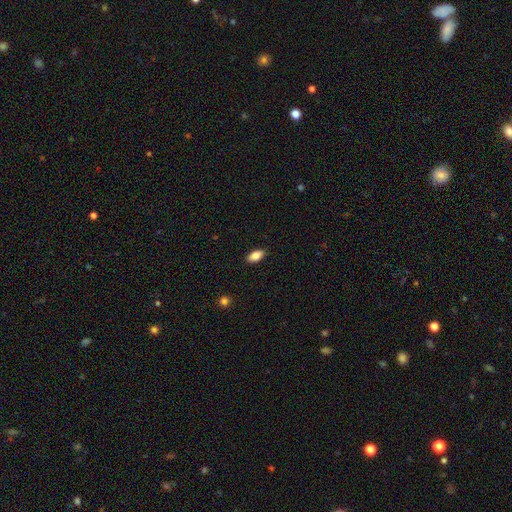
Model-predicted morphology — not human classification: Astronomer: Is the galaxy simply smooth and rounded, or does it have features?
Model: smooth — 84%.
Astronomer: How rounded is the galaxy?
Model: in between — 90%.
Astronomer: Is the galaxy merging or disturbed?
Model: none — 89%.